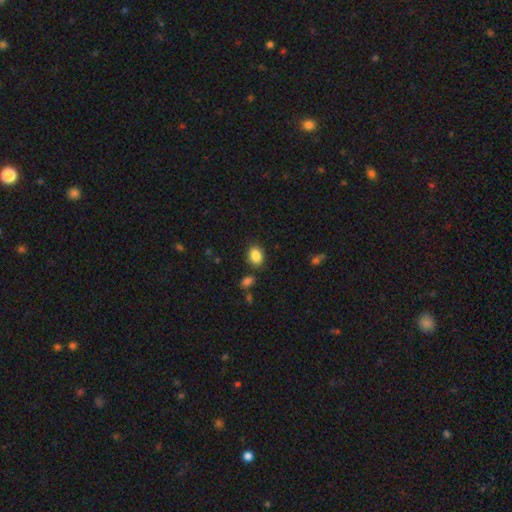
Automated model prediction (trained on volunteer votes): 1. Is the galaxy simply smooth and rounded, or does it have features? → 87% smooth, 9% star or artifact, 4% featured or disk.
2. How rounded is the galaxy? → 68% in between, 31% round, 1% cigar-shaped.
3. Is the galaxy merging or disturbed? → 82% none, 11% minor disturbance, 4% merger, 3% major disturbance.